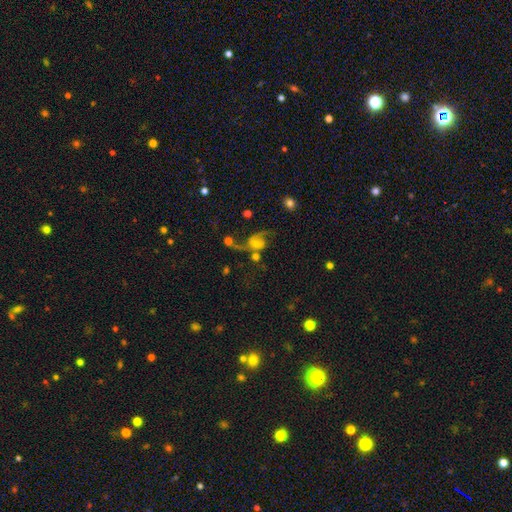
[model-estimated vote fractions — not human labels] The model was most divided on "bulge size": small: 39%, moderate: 35%, none: 15%, large: 7%, dominant: 3%. Remaining: edge-on disk — no (95%); spiral arms — yes (79%); bar — no (61%); smooth or featured — featured or disk (54%); merging — none (39%).